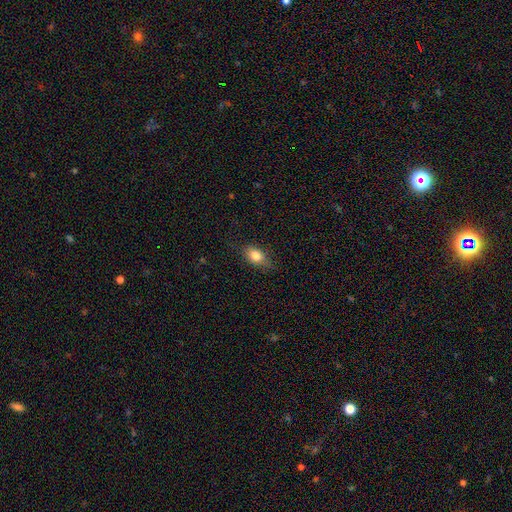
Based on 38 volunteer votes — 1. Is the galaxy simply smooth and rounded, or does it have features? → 74% smooth, 16% featured or disk, 11% star or artifact.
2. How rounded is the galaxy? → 71% in between, 21% round, 7% cigar-shaped.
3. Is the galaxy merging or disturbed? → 74% none, 26% minor disturbance, 0% major disturbance, 0% merger.